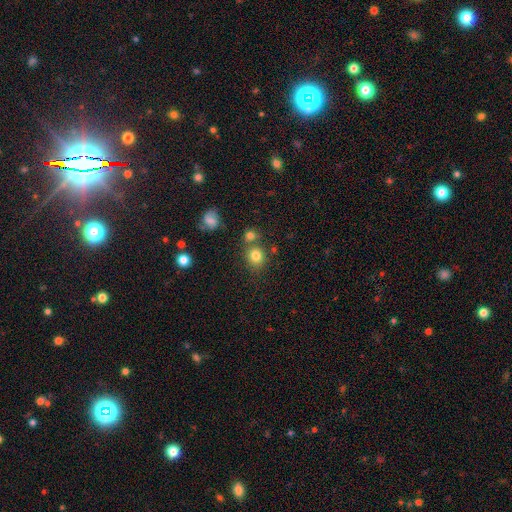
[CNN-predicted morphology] type=smooth (80%); roundness=round (76%); merging=none (68%).